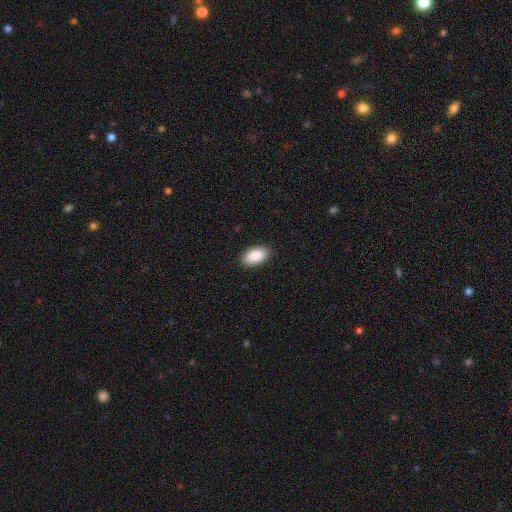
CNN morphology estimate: A smooth galaxy with no disk features (88%) that is in between round and cigar-shaped (94%). Merging: none (89%).